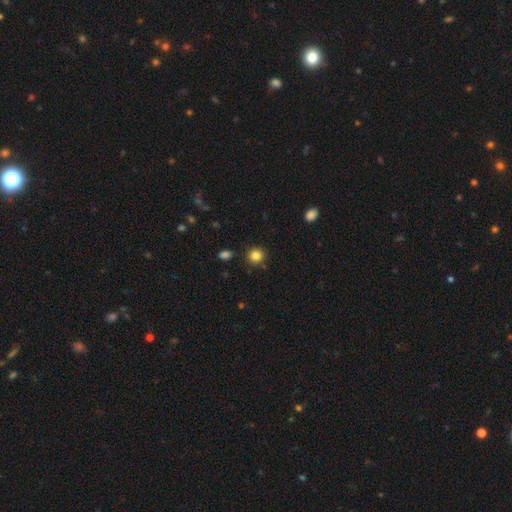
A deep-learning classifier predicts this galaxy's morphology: A smooth galaxy with no disk features (84%) that is round (91%).

Vote fractions:
- Smooth or featured? smooth: 84% / star or artifact: 11% / featured or disk: 4%
- How rounded? round: 91% / in between: 8% / cigar-shaped: 1%
- Merging? none: 88% / minor disturbance: 7% / merger: 2% / major disturbance: 2%